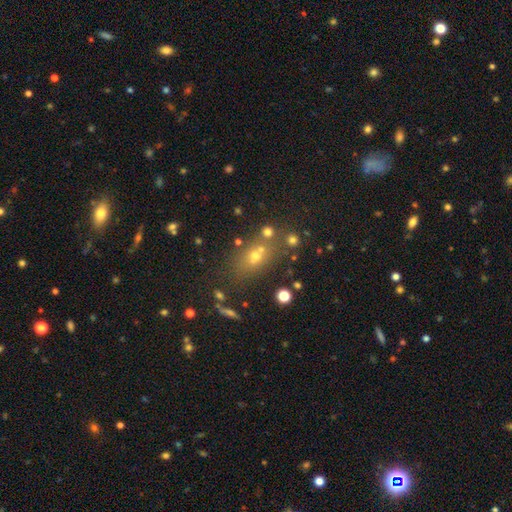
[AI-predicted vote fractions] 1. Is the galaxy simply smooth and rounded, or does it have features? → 53% smooth, 27% star or artifact, 20% featured or disk.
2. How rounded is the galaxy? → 54% in between, 39% round, 7% cigar-shaped.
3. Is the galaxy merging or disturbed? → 57% none, 25% merger, 12% minor disturbance, 6% major disturbance.